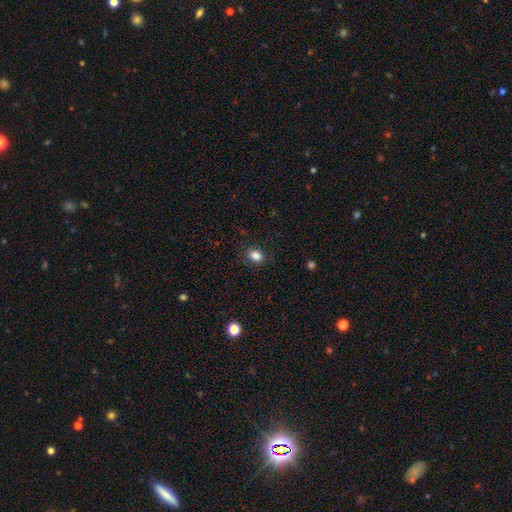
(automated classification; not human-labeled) Overall: smooth (85%). How rounded: in between (68%; round 31%). Merging: none (83%).